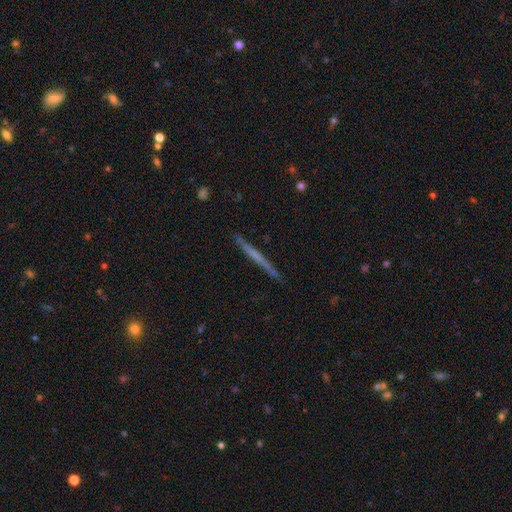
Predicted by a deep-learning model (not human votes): featured or disk 53%, smooth 40%, star or artifact 6%. Down the decision tree: edge-on disk — yes (97%); edge-on bulge — none (86%); merging — none (90%).